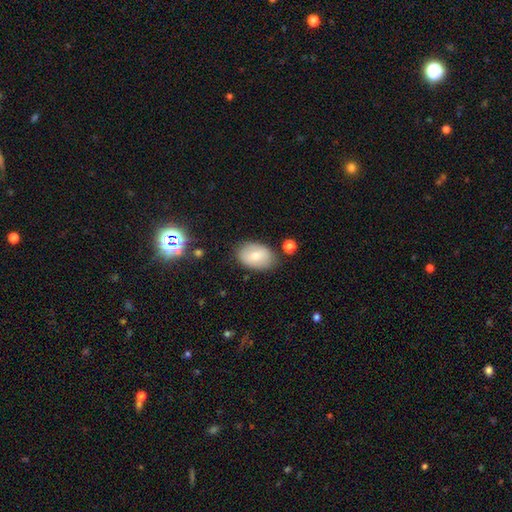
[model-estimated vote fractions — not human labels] A smooth galaxy with no disk features (71%) that is in between round and cigar-shaped (87%).

Vote fractions:
- Smooth or featured? smooth: 71% / featured or disk: 21% / star or artifact: 8%
- How rounded? in between: 87% / round: 12% / cigar-shaped: 1%
- Merging? none: 80% / minor disturbance: 14% / major disturbance: 3% / merger: 3%